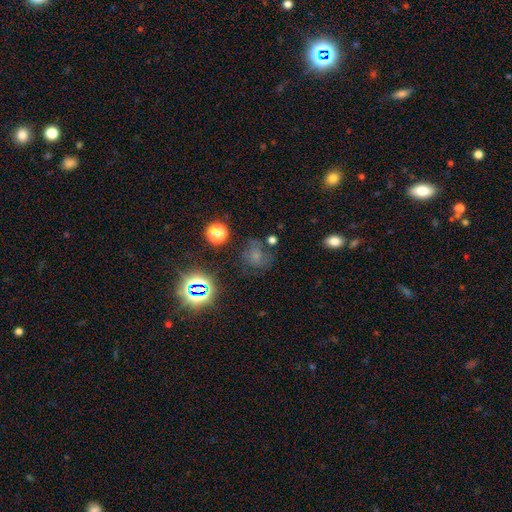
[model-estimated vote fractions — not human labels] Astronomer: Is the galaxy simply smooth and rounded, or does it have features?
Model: smooth — 50% (runner-up: star or artifact, 33%).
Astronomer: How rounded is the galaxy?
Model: round — 74%.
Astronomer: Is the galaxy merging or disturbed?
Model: none — 53%.